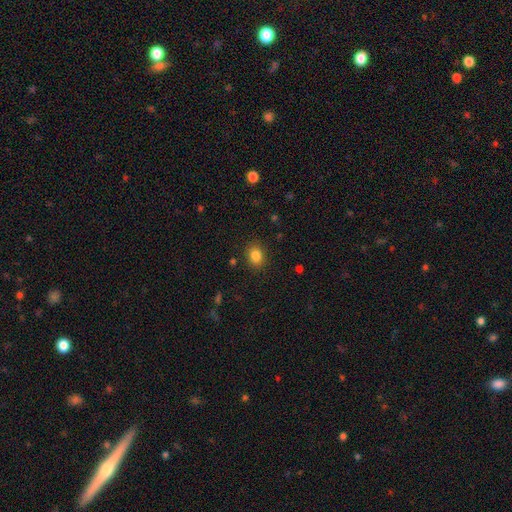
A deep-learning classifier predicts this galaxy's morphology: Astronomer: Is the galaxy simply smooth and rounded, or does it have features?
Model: smooth — 84%.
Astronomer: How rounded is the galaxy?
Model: round — 54% (runner-up: in between, 45%).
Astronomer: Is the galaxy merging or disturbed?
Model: none — 87%.